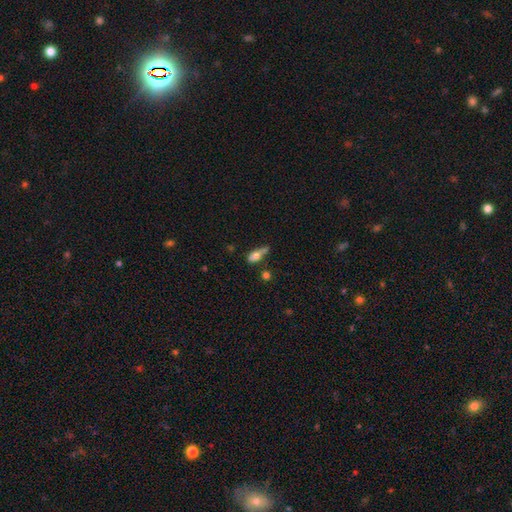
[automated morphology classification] Q: Smooth or featured?
A: smooth (71%); runner-up: featured or disk (20%)
Q: How rounded?
A: in between (64%); runner-up: cigar-shaped (30%)
Q: Merging?
A: none (34%); runner-up: minor disturbance (31%)